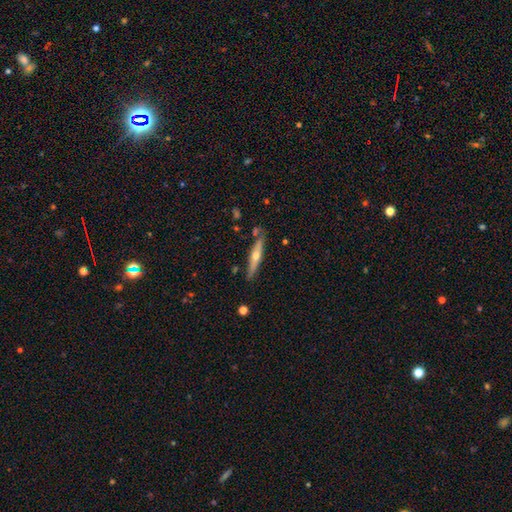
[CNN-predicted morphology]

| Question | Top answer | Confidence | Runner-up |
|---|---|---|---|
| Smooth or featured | featured or disk | 61% | smooth (34%) |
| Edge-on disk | yes | 92% | no (8%) |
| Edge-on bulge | rounded | 90% | none (7%) |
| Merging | none | 81% | minor disturbance (13%) |